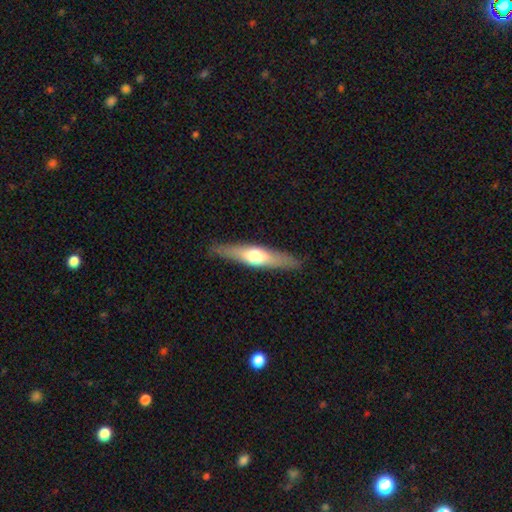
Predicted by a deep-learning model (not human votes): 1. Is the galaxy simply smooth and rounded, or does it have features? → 52% featured or disk, 43% smooth, 5% star or artifact.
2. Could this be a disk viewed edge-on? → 89% yes, 11% no.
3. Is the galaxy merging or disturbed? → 86% none, 10% minor disturbance, 2% major disturbance, 1% merger.